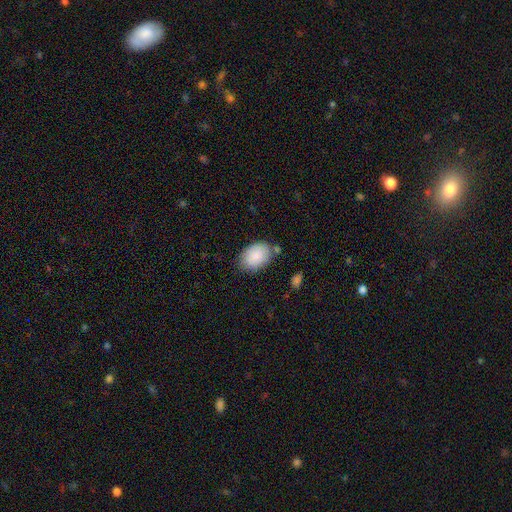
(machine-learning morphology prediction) Smooth or featured? Predicted: smooth (p=0.87). How rounded? Predicted: in between (p=0.87). Merging? Predicted: none (p=0.72).